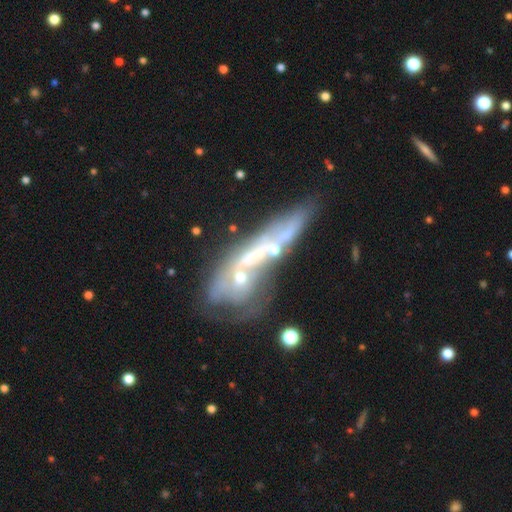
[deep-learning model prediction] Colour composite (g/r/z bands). It shows a featured or disk galaxy (64%). Merging: merger (46%).